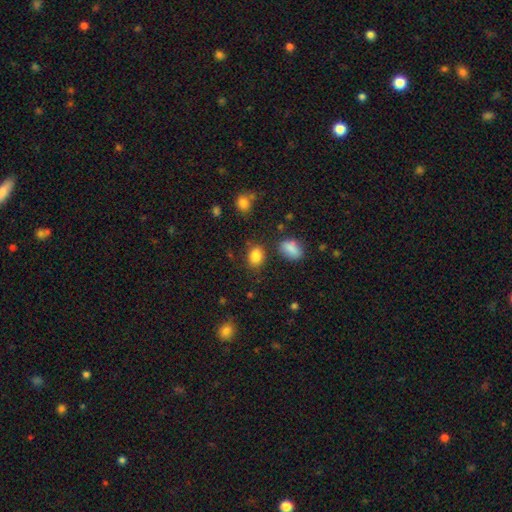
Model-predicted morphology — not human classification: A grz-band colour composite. It shows a smooth galaxy with no disk features (85%) that is in between round and cigar-shaped (67%). Merging: none (75%).